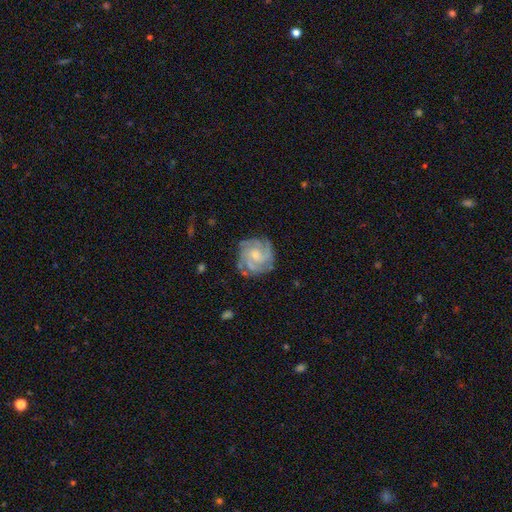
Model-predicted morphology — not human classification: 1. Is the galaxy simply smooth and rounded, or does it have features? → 82% featured or disk, 12% smooth, 6% star or artifact.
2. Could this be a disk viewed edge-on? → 98% no, 2% yes.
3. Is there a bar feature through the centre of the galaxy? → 65% no, 30% weak, 5% strong.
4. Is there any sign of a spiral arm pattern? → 96% yes, 4% no.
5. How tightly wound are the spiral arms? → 57% tight, 36% medium, 8% loose.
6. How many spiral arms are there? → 36% 3, 25% 4, 18% can't tell, 11% 2, 6% more than 4, 5% 1.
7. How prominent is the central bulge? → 53% small, 38% moderate, 6% none, 2% large, 1% dominant.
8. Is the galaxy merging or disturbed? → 77% none, 16% minor disturbance, 6% major disturbance, 2% merger.